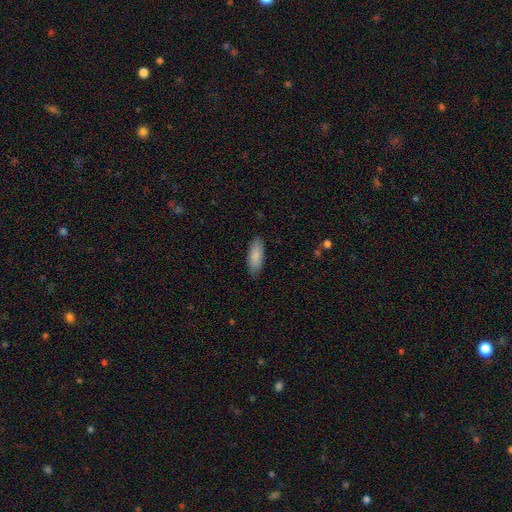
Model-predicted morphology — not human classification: Smooth or featured? Predicted: smooth (p=0.88). How rounded? Predicted: in between (p=0.74). Merging? Predicted: none (p=0.86).